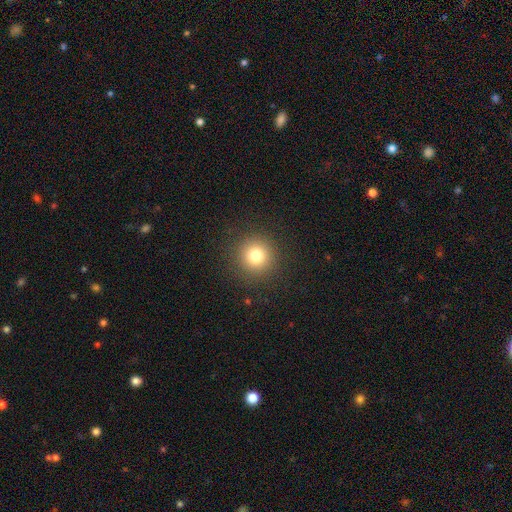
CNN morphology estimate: type=smooth (79%); roundness=round (95%); merging=none (91%).